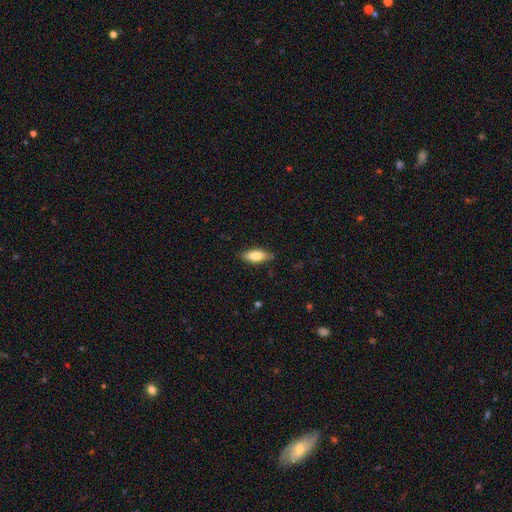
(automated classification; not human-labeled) Smooth or featured? smooth (80%)
How rounded? in between (74%)
Merging? none (82%)